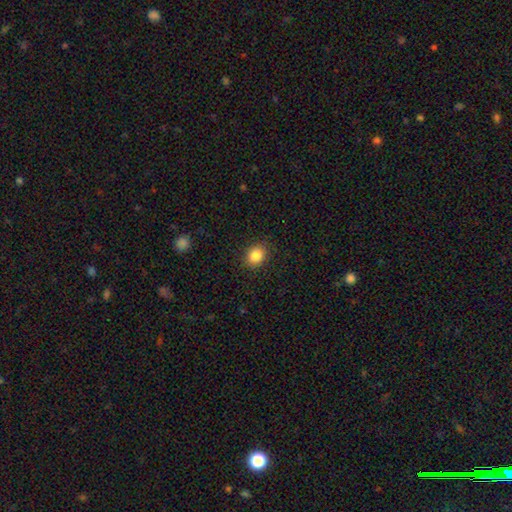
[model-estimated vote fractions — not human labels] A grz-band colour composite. It shows a smooth galaxy with no disk features (85%) that is round (60%). Merging: none (88%).